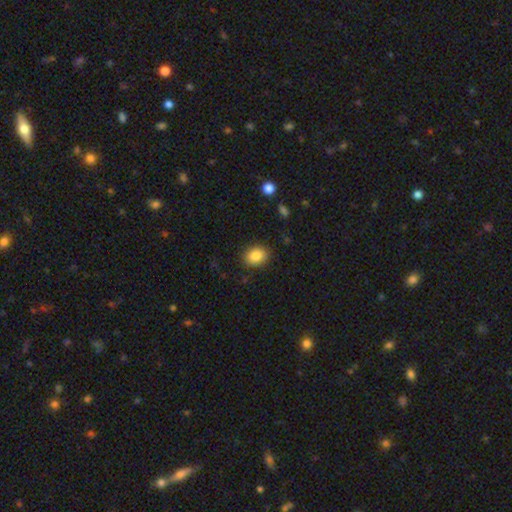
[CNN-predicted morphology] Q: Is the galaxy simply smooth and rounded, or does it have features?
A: smooth — 86%.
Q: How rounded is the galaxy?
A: in between — 60%.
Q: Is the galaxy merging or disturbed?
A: none — 87%.